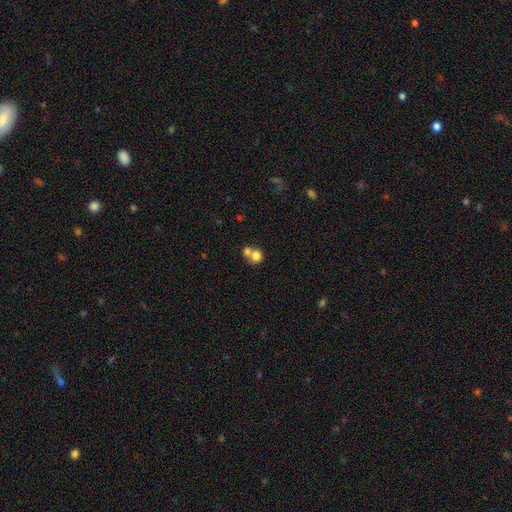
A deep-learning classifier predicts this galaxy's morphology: smooth-or-featured: smooth: 76% | featured or disk: 14% | star or artifact: 10%
  how-rounded: round: 77% | in between: 22% | cigar-shaped: 1%
  merging: merger: 56% | none: 34% | minor disturbance: 6% | major disturbance: 3%